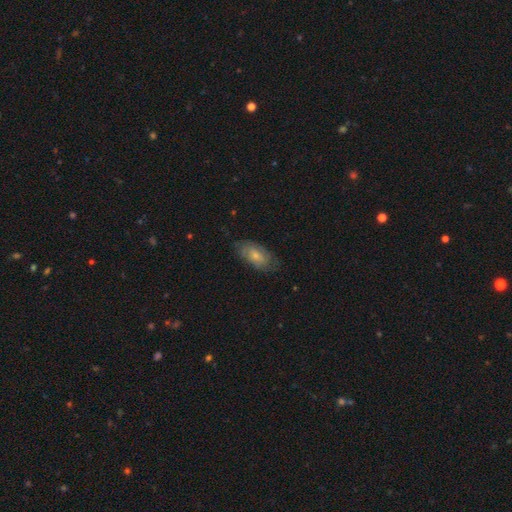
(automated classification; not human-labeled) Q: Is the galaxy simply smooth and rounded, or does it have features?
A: smooth — 61%.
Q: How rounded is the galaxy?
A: in between — 91%.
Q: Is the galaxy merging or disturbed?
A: none — 70%.